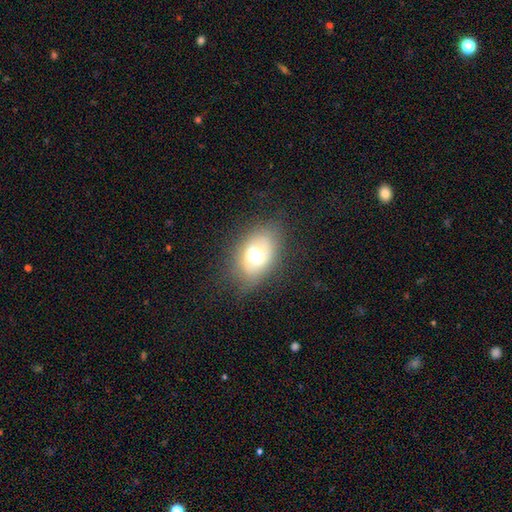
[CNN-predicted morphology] This appears to be a smooth galaxy with no disk features (51%) that is in between round and cigar-shaped (79%). Merging: none (69%).